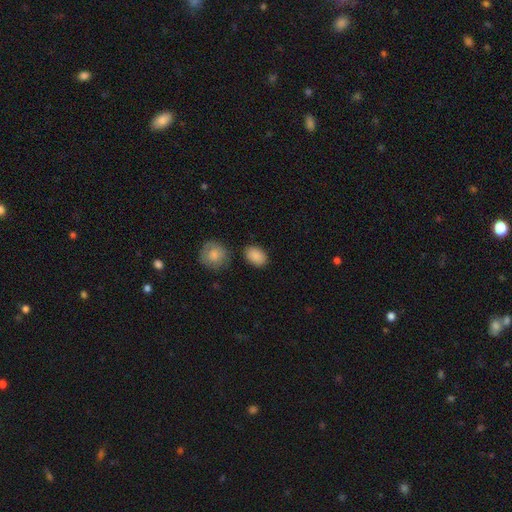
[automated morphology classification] Overall: smooth (88%). How rounded: in between (79%). Merging: none (81%).